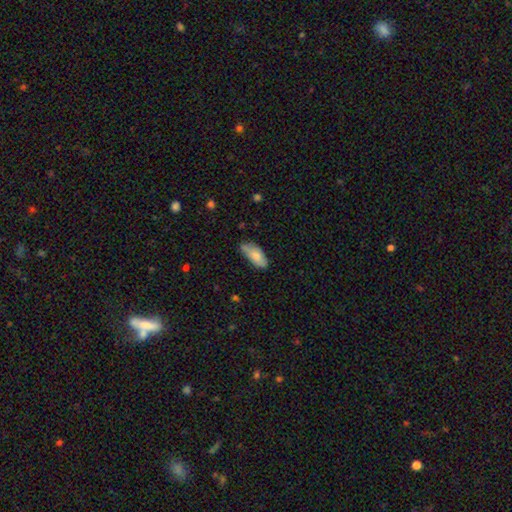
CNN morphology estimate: Smooth or featured? Predicted: smooth (p=0.78). How rounded? Predicted: in between (p=0.87). Merging? Predicted: none (p=0.64).